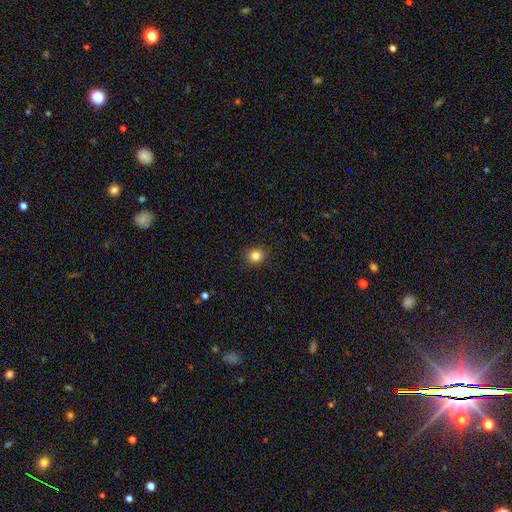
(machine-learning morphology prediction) smooth_or_featured: smooth (p=0.83) [alt: star or artifact p=0.12]
how_rounded: round (p=0.85) [alt: in between p=0.15]
merging: none (p=0.91) [alt: minor disturbance p=0.06]